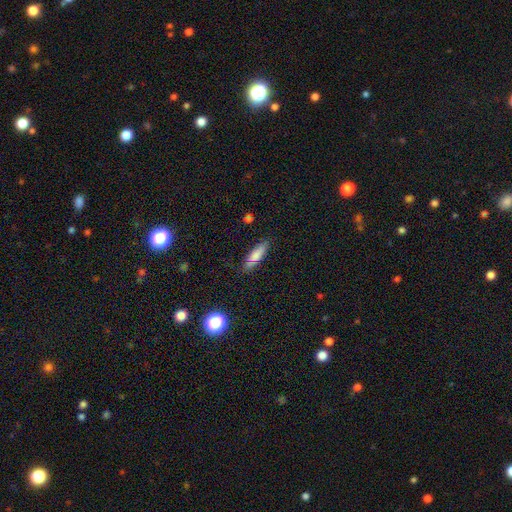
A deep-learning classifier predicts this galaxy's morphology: This is likely a smooth galaxy (76%). How rounded: possibly cigar-shaped (55%). Merging: likely none (77%).